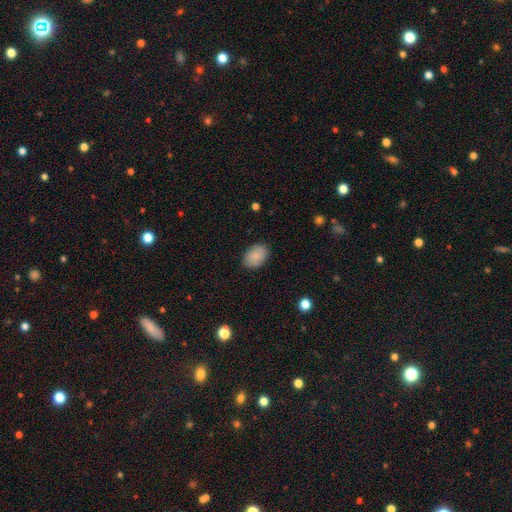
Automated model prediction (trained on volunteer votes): This appears to be a smooth galaxy with no disk features (88%) that is in between round and cigar-shaped (84%). Merging: none (87%).